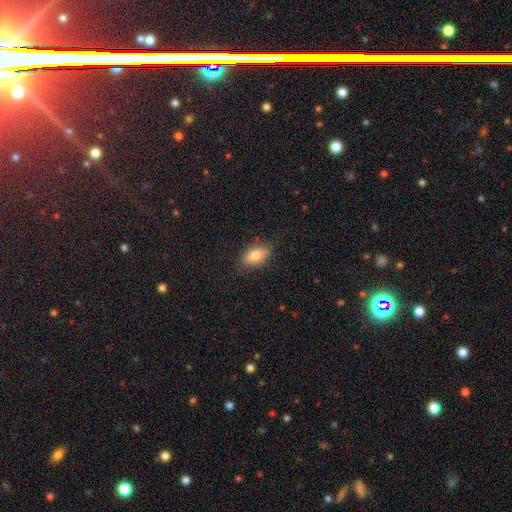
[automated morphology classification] smooth 74%, featured or disk 18%, star or artifact 8%. Down the decision tree: how rounded — in between (85%); merging — none (81%).